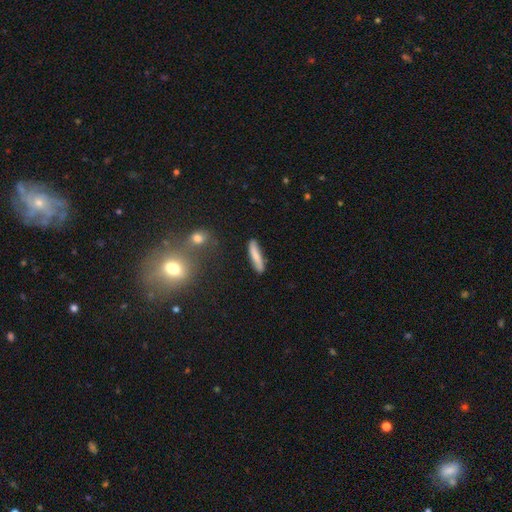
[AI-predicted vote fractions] A smooth galaxy with no disk features (77%) that is cigar-shaped (86%). Merging: none (83%).